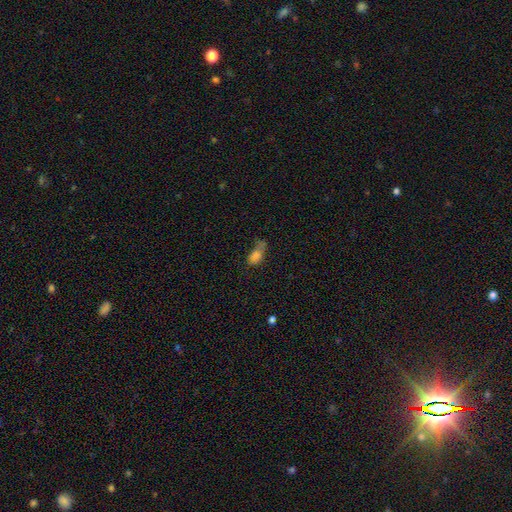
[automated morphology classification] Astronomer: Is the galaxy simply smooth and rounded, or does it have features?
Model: smooth — 74%.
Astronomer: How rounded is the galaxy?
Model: in between — 81%.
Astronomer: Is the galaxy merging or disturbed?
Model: none — 31% (runner-up: minor disturbance, 28%).